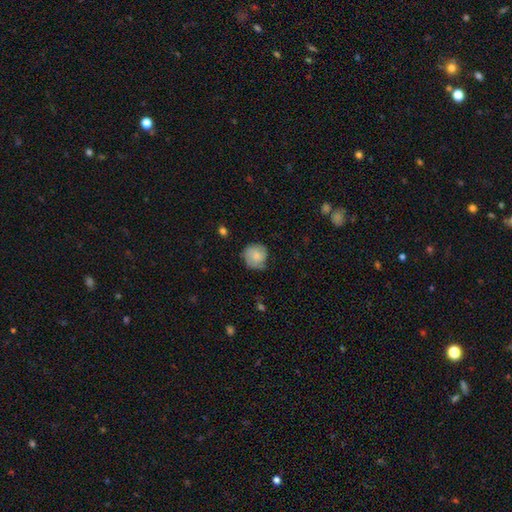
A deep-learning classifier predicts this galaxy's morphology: smooth-or-featured: smooth: 68% | featured or disk: 25% | star or artifact: 7%
  how-rounded: round: 88% | in between: 11% | cigar-shaped: 1%
  merging: none: 67% | minor disturbance: 25% | major disturbance: 6% | merger: 1%